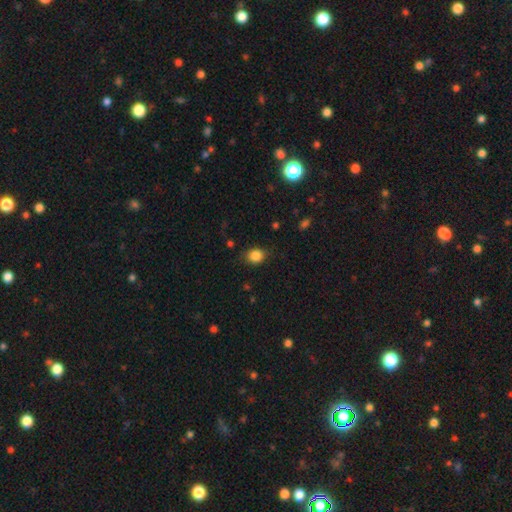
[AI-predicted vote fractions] Morphology: type=smooth (85%); roundness=round (65%); merging=none (79%).